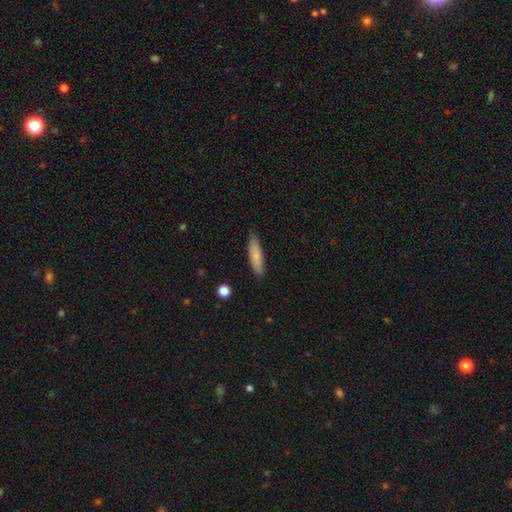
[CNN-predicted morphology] smooth 76%, featured or disk 18%, star or artifact 6%. Down the decision tree: how rounded — cigar-shaped (74%); merging — none (84%).